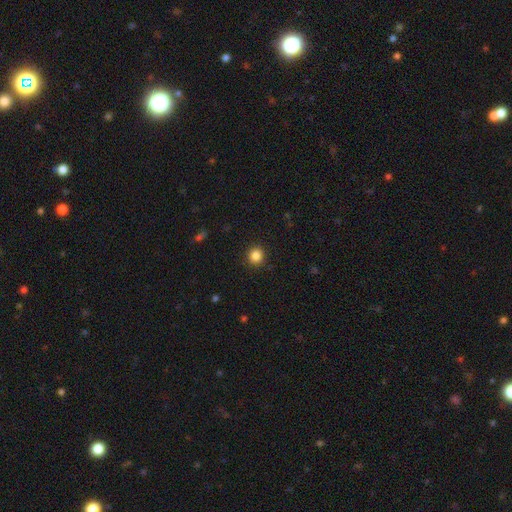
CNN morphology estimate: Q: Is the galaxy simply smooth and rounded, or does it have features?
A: smooth — 85%.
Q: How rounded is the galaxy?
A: round — 92%.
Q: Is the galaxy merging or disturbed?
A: none — 92%.